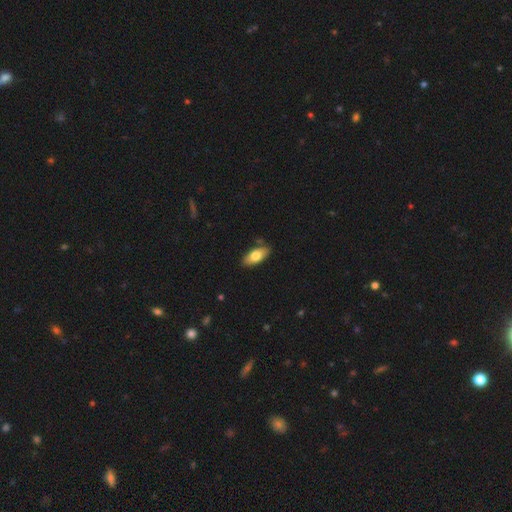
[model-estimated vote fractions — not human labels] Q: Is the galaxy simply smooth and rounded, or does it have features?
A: smooth — 75%.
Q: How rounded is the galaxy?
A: in between — 86%.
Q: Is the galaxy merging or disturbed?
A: none — 83%.